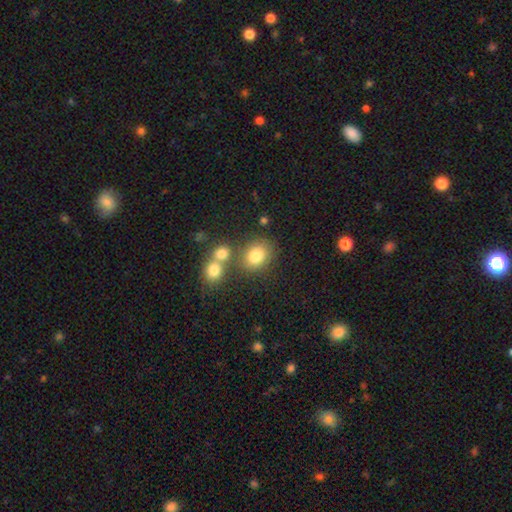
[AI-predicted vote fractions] Smooth or featured? smooth (80%)
How rounded? round (53%)
Merging? none (63%)